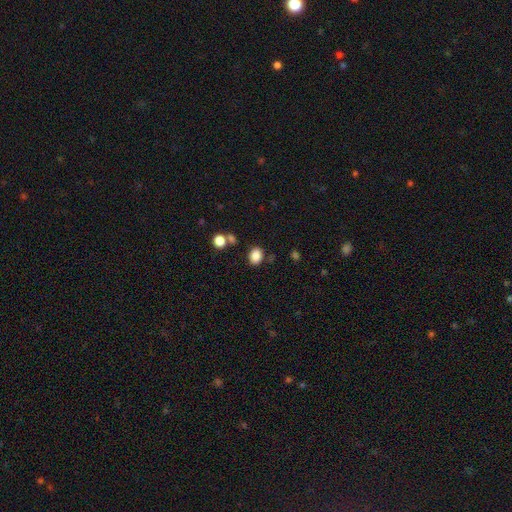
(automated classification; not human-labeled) A smooth galaxy with no disk features (86%) that is in between round and cigar-shaped (59%).

Vote fractions:
- Smooth or featured? smooth: 86% / star or artifact: 10% / featured or disk: 4%
- How rounded? in between: 59% / round: 40% / cigar-shaped: 1%
- Merging? none: 80% / minor disturbance: 11% / merger: 6% / major disturbance: 4%